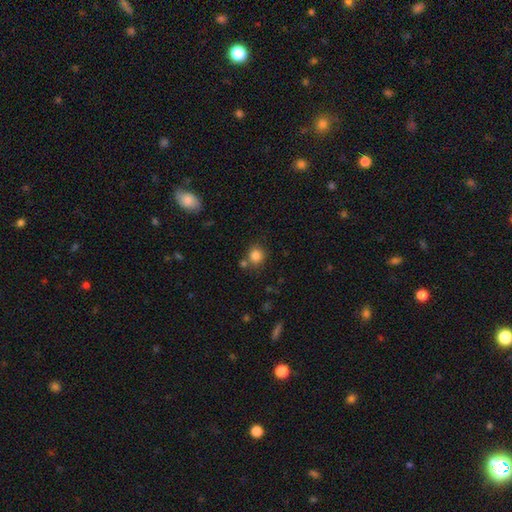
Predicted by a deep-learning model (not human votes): Smooth or featured?
  - smooth: 84% *
  - star or artifact: 11%
  - featured or disk: 5%
How rounded?
  - round: 86% *
  - in between: 14%
  - cigar-shaped: 1%
Merging?
  - none: 74% *
  - merger: 12%
  - minor disturbance: 11%
  - major disturbance: 4%